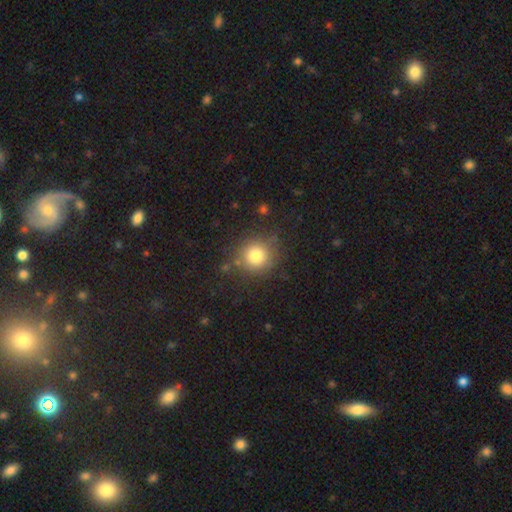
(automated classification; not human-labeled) The model was most divided on "smooth or featured": smooth: 80%, star or artifact: 12%, featured or disk: 8%. More confident: how rounded — round (90%); merging — none (81%).